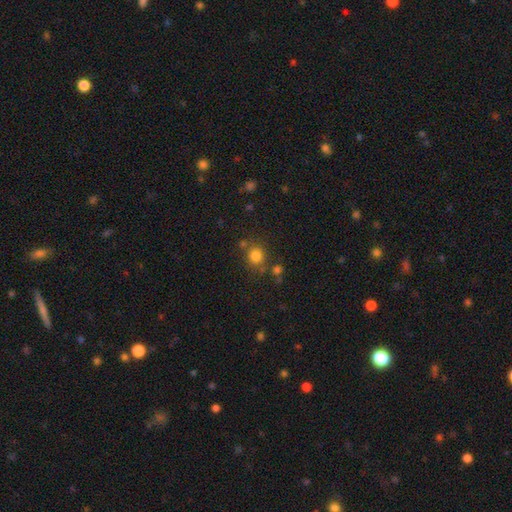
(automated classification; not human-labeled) A smooth galaxy with no disk features (80%) that is round (84%).

Vote fractions:
- Smooth or featured? smooth: 80% / star or artifact: 14% / featured or disk: 6%
- How rounded? round: 84% / in between: 15% / cigar-shaped: 1%
- Merging? none: 73% / merger: 12% / minor disturbance: 11% / major disturbance: 5%